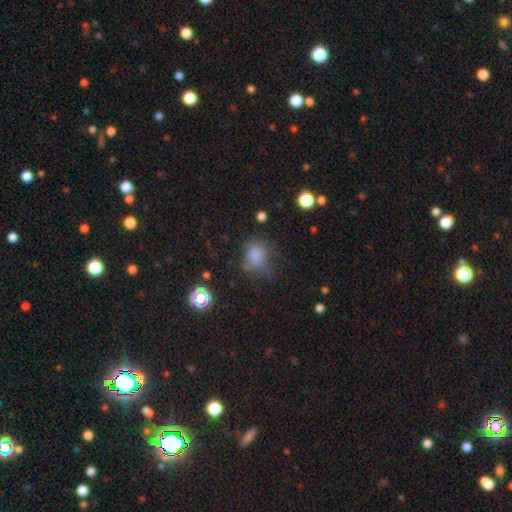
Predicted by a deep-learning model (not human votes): Q: Smooth or featured?
A: smooth (73%); runner-up: star or artifact (15%)
Q: How rounded?
A: round (51%); runner-up: in between (48%)
Q: Merging?
A: none (49%); runner-up: minor disturbance (27%)